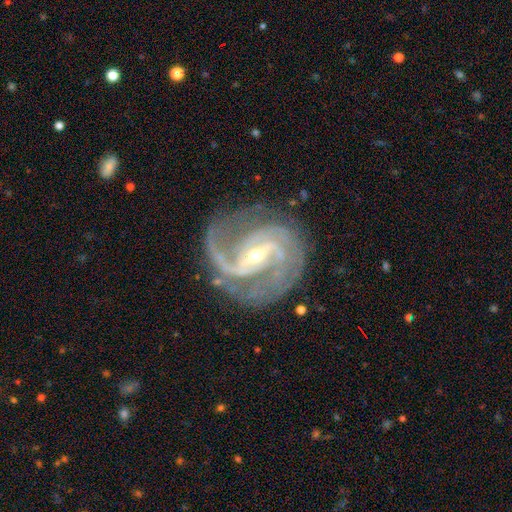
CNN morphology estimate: Smooth or featured: featured or disk — 92% (star or artifact — 5%)
Edge-on disk: no — 97% (yes — 3%)
Bar: strong — 48% (weak — 39%)
Spiral arms: yes — 98% (no — 2%)
Spiral winding: medium — 57% (tight — 24%)
Spiral arm count: 2 — 65% (3 — 16%)
Bulge size: small — 71% (moderate — 26%)
Merging: none — 71% (minor disturbance — 17%)